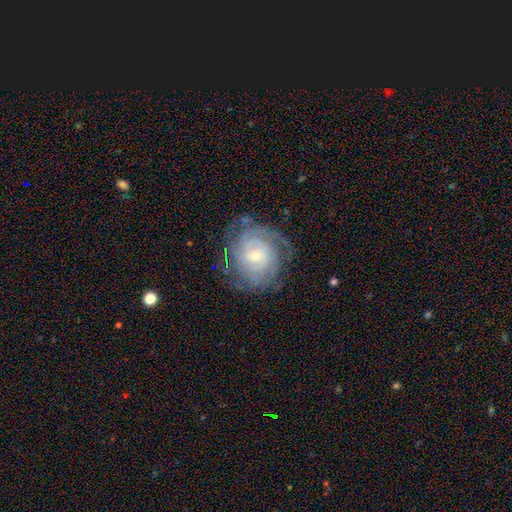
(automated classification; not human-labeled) Smooth or featured? Predicted: featured or disk (p=0.84). Edge-on disk? Predicted: no (p=0.97). Bar? Predicted: no (p=0.58). Spiral arms? Predicted: yes (p=0.96). Spiral winding? Predicted: tight (p=0.77). Spiral arm count? Predicted: can't tell (p=0.37). Bulge size? Predicted: small (p=0.69). Merging? Predicted: none (p=0.77).